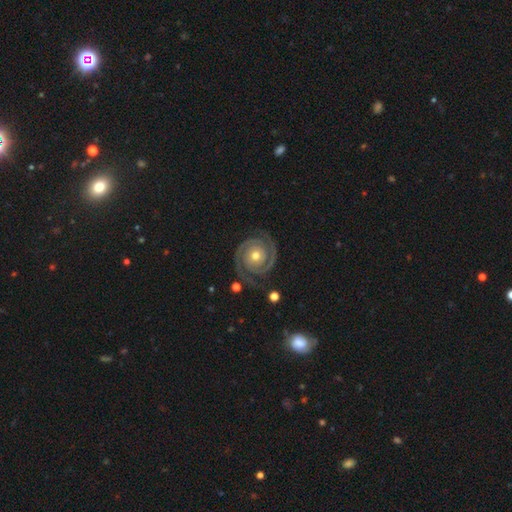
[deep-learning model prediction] featured or disk 92%, star or artifact 4%, smooth 4%. Down the decision tree: edge-on disk — no (98%); bar — no (79%); spiral arms — yes (98%); spiral arm count — 2 (92%); spiral winding — tight (78%); bulge size — moderate (67%); merging — none (83%).